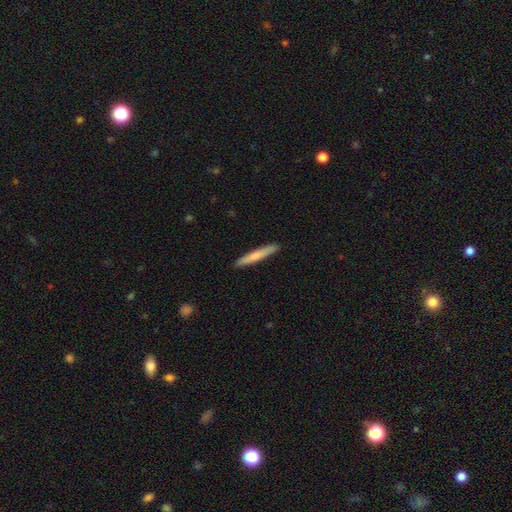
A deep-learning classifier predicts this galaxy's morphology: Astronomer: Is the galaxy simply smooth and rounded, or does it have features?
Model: smooth — 69%.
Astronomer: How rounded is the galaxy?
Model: cigar-shaped — 95%.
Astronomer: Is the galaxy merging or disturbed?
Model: none — 91%.